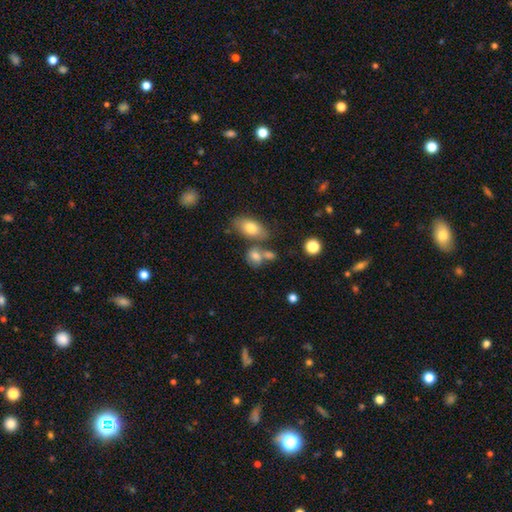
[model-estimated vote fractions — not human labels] This is likely a smooth galaxy (78%). How rounded: likely in between (62%). Merging: possibly none (46%).